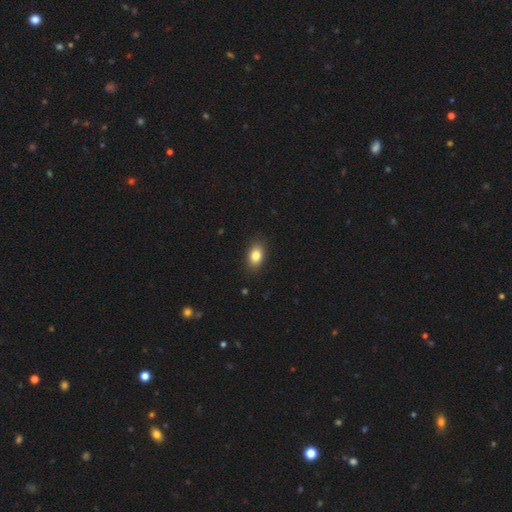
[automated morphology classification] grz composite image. It shows a smooth galaxy with no disk features (84%) that is in between round and cigar-shaped (84%). Merging: none (88%).